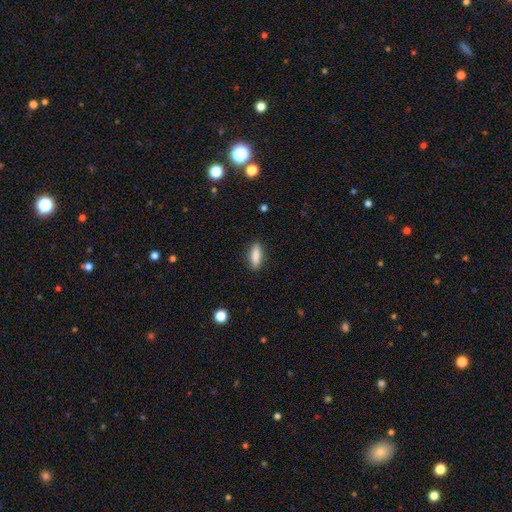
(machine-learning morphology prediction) A smooth galaxy with no disk features (84%) that is in between round and cigar-shaped (49%, tied with cigar-shaped). Merging: none (89%).